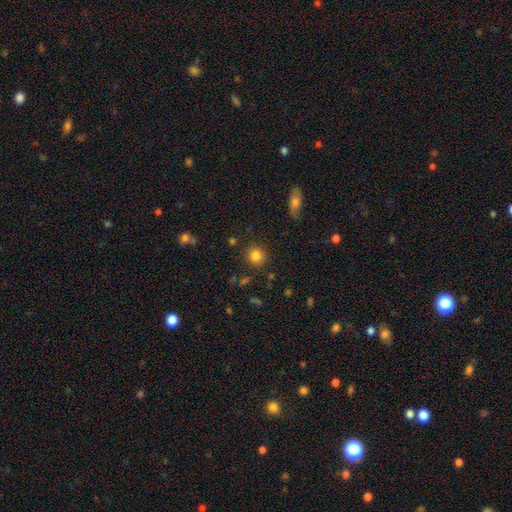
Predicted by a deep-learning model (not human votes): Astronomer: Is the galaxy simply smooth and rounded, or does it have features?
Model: smooth — 83%.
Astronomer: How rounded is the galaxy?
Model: round — 88%.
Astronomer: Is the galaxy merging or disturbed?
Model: none — 87%.